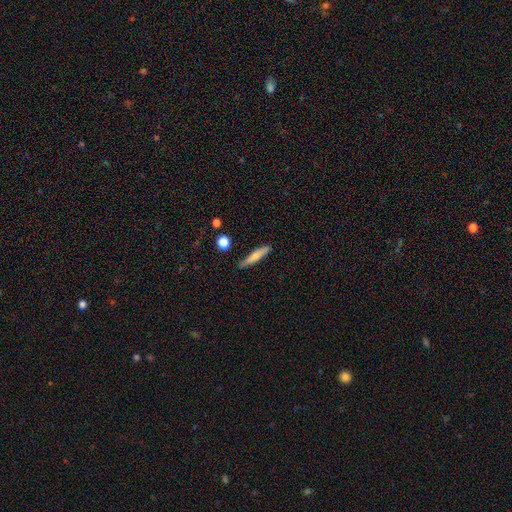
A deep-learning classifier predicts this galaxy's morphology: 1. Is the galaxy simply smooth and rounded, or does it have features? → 67% smooth, 26% featured or disk, 7% star or artifact.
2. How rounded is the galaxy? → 85% cigar-shaped, 13% in between, 2% round.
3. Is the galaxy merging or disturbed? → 78% none, 16% minor disturbance, 3% major disturbance, 3% merger.